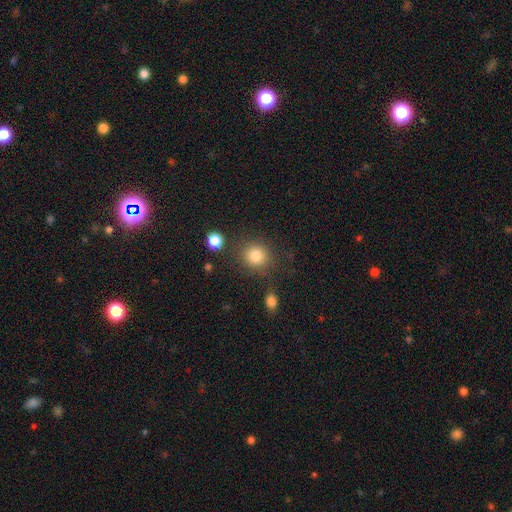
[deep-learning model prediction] Morphology: type=smooth (83%); roundness=round (82%); merging=none (79%).